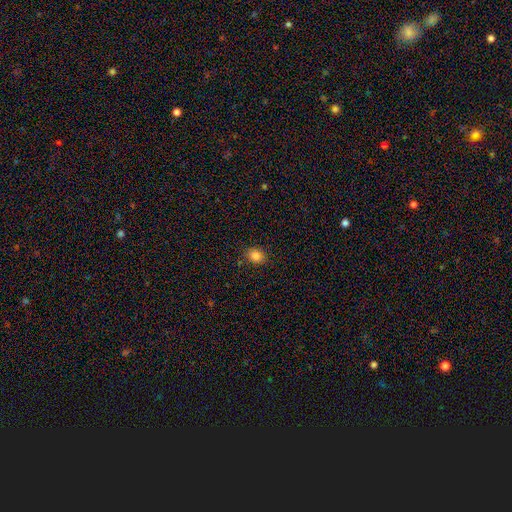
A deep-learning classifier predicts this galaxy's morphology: type=smooth (84%); roundness=in between (53%); merging=none (85%).